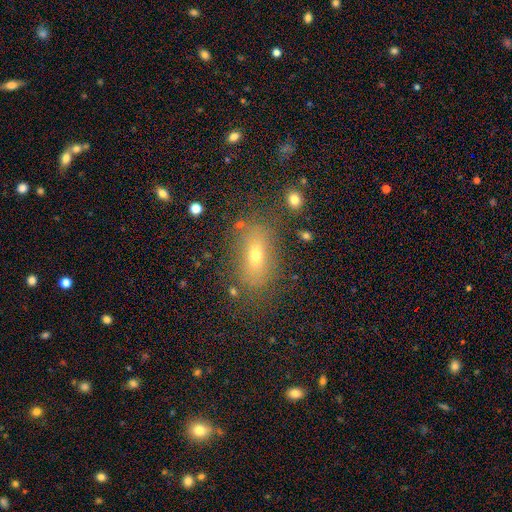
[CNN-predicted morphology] Smooth or featured?
  - smooth: 65% *
  - featured or disk: 22%
  - star or artifact: 14%
How rounded?
  - in between: 81% *
  - cigar-shaped: 10%
  - round: 9%
Merging?
  - none: 75% *
  - minor disturbance: 14%
  - major disturbance: 7%
  - merger: 4%